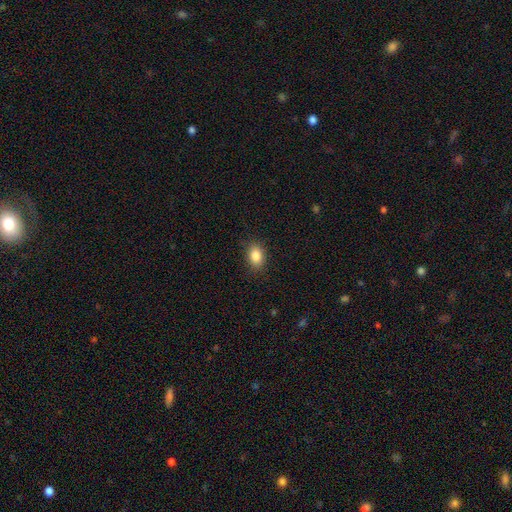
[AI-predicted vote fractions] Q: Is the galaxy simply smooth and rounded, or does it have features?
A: smooth — 85%.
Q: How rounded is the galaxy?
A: in between — 74%.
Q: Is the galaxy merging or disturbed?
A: none — 87%.